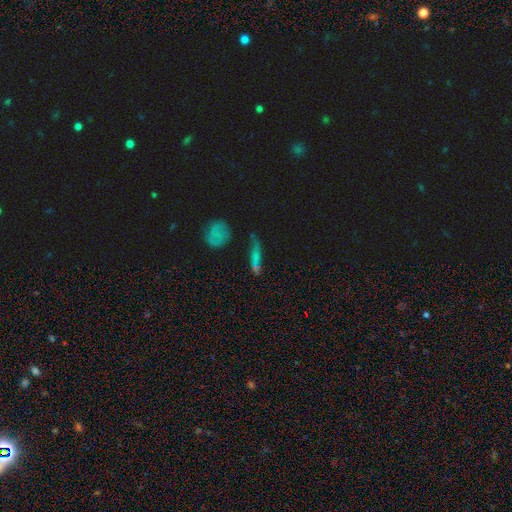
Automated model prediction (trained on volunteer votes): Smooth or featured? smooth (50%)
Merging? none (53%)